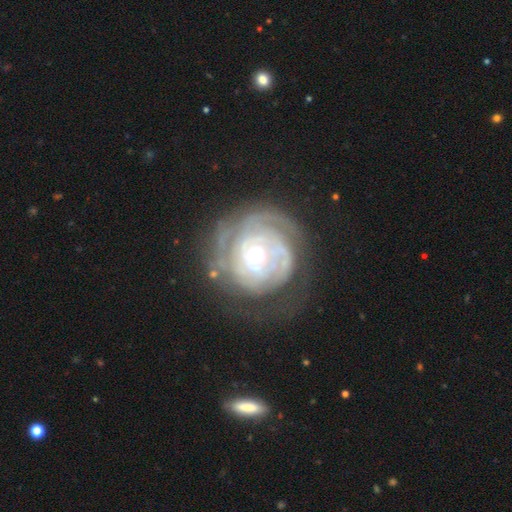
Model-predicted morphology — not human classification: A featured or disk galaxy (85%) with no bar (79%), tight (79%) spiral arms (91%) and a moderate central bulge (72%). Merging: none (63%).